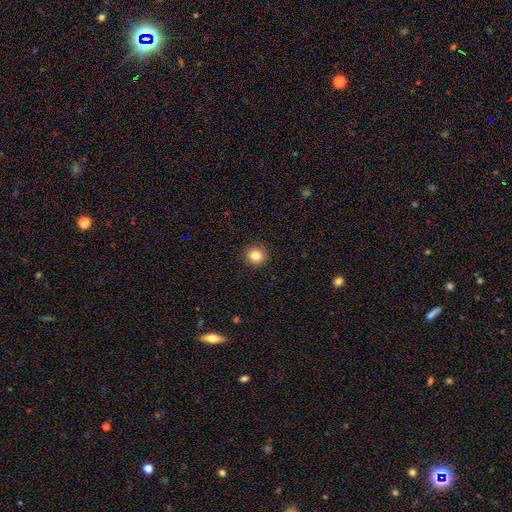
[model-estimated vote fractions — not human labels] A smooth galaxy with no disk features (82%) that is round (93%).

Vote fractions:
- Smooth or featured? smooth: 82% / star or artifact: 11% / featured or disk: 7%
- How rounded? round: 93% / in between: 6% / cigar-shaped: 1%
- Merging? none: 92% / minor disturbance: 5% / major disturbance: 2% / merger: 1%